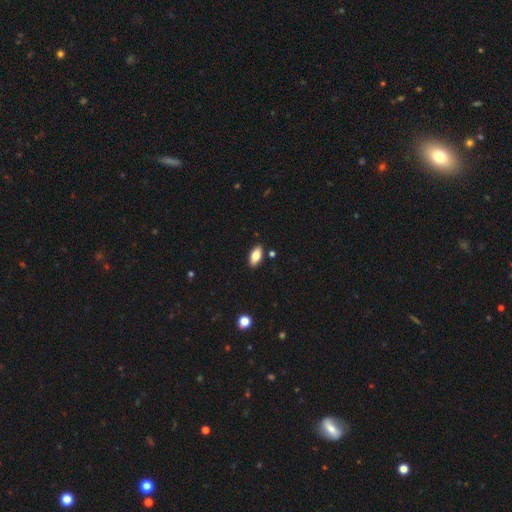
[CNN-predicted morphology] Smooth or featured: smooth — 82% (featured or disk — 11%)
How rounded: in between — 89% (cigar-shaped — 8%)
Merging: none — 88% (minor disturbance — 9%)